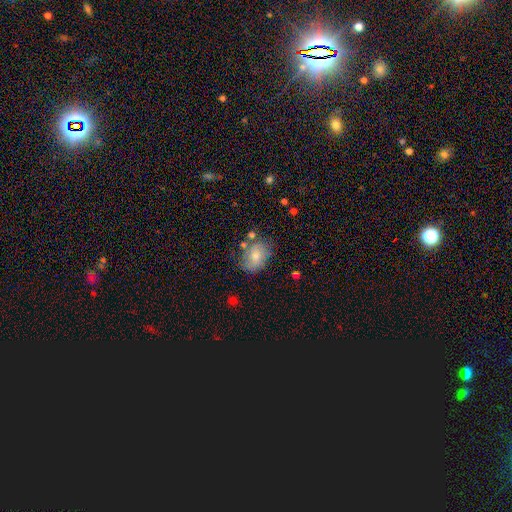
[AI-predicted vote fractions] Smooth or featured? smooth (71%)
How rounded? in between (69%)
Merging? none (64%)